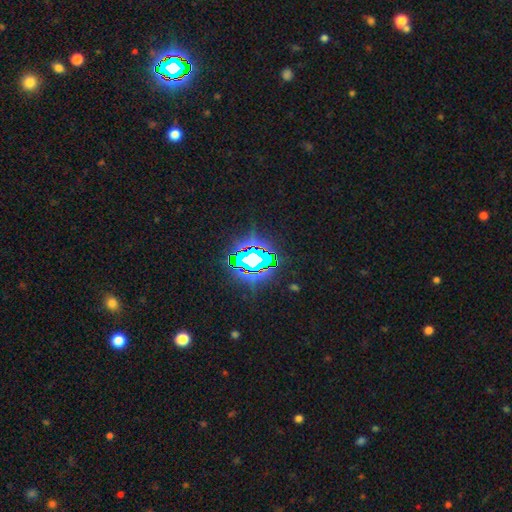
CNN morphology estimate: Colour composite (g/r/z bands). It shows a star or artifact, not a galaxy (76%).